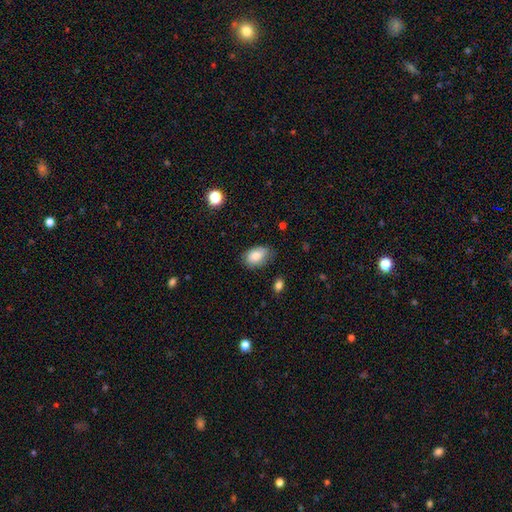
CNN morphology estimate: This appears to be a smooth galaxy with no disk features (80%) that is in between round and cigar-shaped (87%). Merging: none (66%).